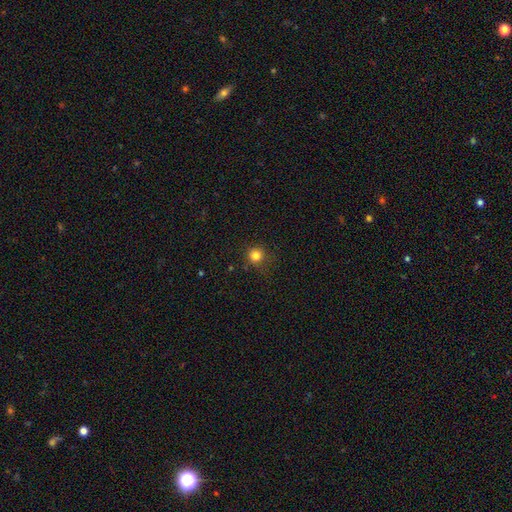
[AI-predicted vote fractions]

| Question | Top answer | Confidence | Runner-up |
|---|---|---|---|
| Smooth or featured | smooth | 81% | star or artifact (14%) |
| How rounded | round | 94% | in between (5%) |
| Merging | none | 83% | minor disturbance (12%) |